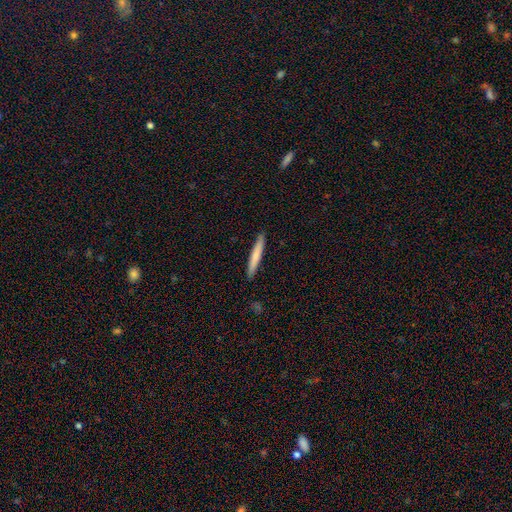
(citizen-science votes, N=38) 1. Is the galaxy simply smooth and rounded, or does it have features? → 79% smooth, 21% featured or disk, 0% star or artifact.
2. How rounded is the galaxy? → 100% cigar-shaped, 0% round, 0% in between.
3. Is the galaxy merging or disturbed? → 95% none, 5% minor disturbance, 0% major disturbance, 0% merger.